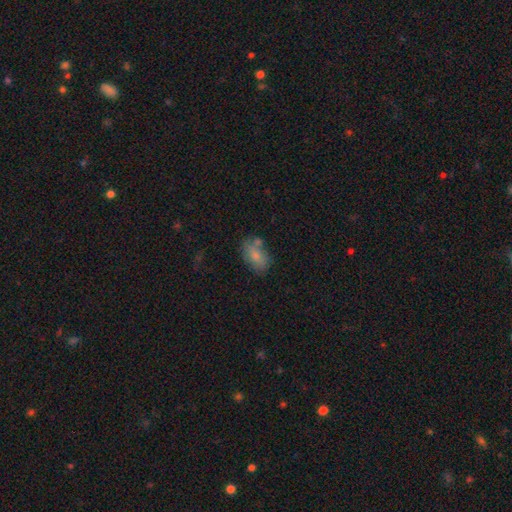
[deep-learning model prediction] Q: Smooth or featured?
A: smooth (77%); runner-up: featured or disk (15%)
Q: How rounded?
A: in between (89%); runner-up: round (9%)
Q: Merging?
A: none (58%); runner-up: minor disturbance (20%)